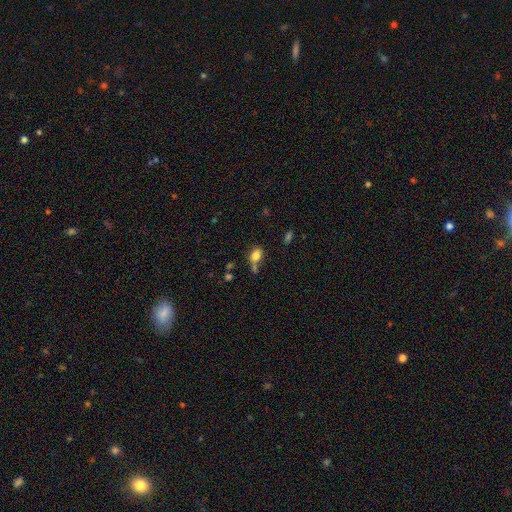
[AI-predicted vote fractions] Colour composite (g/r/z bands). It shows a smooth galaxy with no disk features (81%) that is in between round and cigar-shaped (76%). Merging: none (49%).